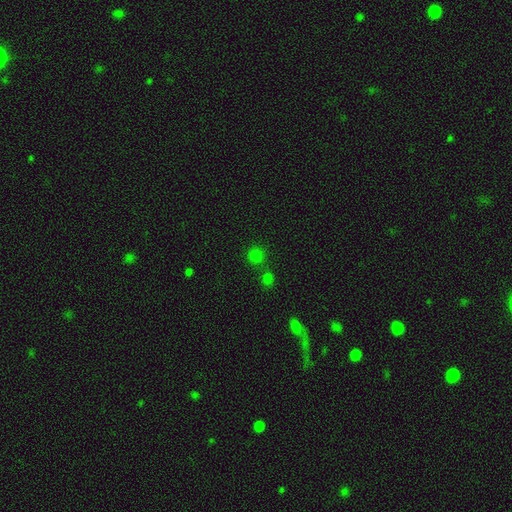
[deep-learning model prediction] Q: Smooth or featured?
A: smooth (72%); runner-up: star or artifact (23%)
Q: How rounded?
A: round (91%); runner-up: in between (8%)
Q: Merging?
A: none (71%); runner-up: merger (18%)